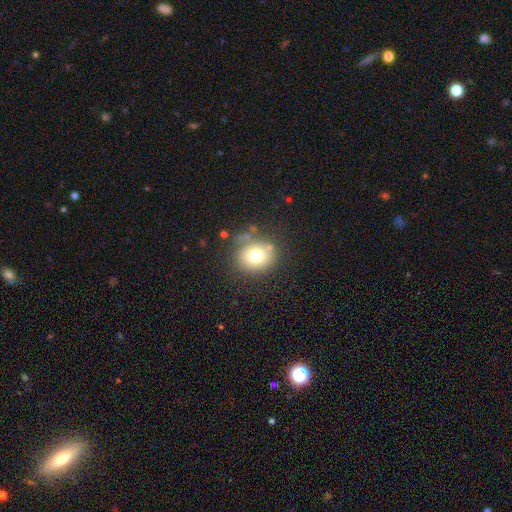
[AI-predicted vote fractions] smooth-or-featured: smooth: 73% | featured or disk: 14% | star or artifact: 13%
  how-rounded: round: 69% | in between: 30% | cigar-shaped: 1%
  merging: none: 76% | minor disturbance: 13% | major disturbance: 6% | merger: 5%